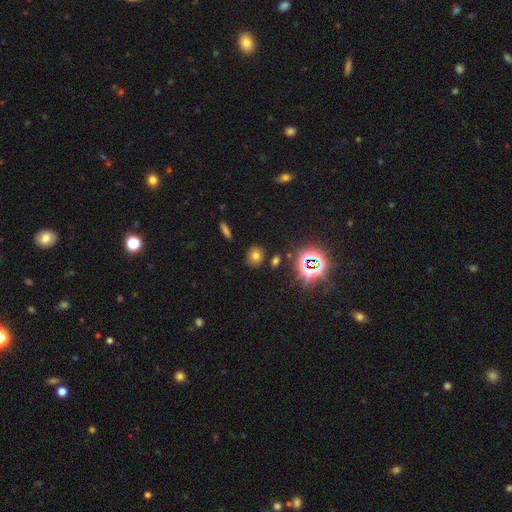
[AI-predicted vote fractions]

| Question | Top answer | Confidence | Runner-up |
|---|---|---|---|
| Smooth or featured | smooth | 62% | star or artifact (26%) |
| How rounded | round | 69% | in between (30%) |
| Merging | none | 82% | minor disturbance (11%) |